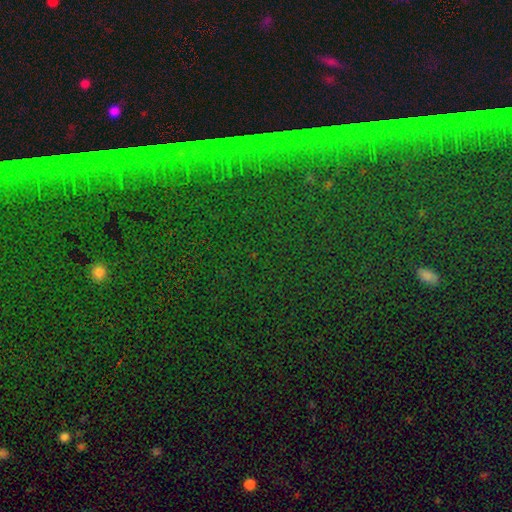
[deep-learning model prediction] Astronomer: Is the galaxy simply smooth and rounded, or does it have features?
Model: star or artifact — 81%.